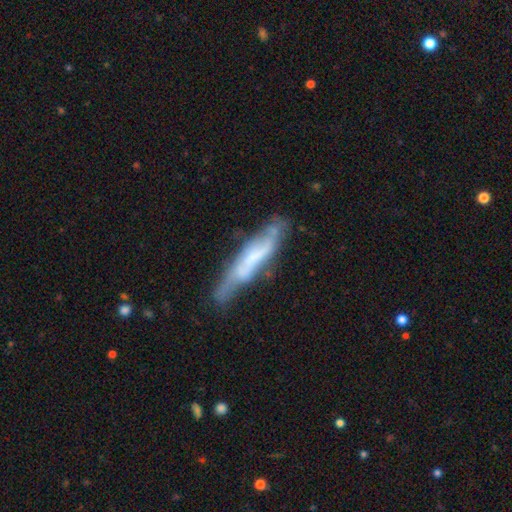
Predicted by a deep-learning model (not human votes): Smooth or featured?
  - featured or disk: 62% *
  - smooth: 31%
  - star or artifact: 8%
Edge-on disk?
  - yes: 63% *
  - no: 37%
Merging?
  - none: 62% *
  - minor disturbance: 25%
  - major disturbance: 9%
  - merger: 4%